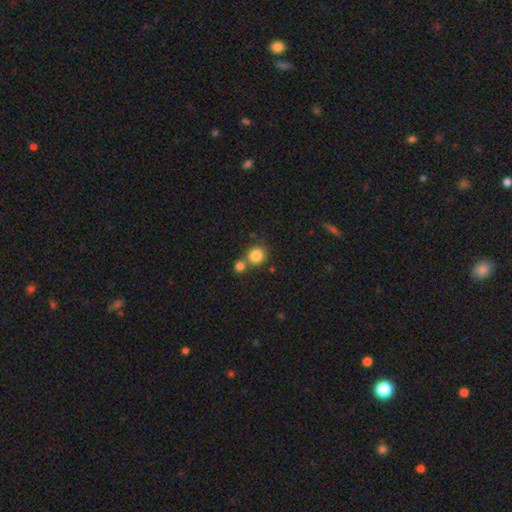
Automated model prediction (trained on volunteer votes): Smooth or featured: smooth — 84% (star or artifact — 11%)
How rounded: round — 87% (in between — 12%)
Merging: none — 58% (merger — 31%)